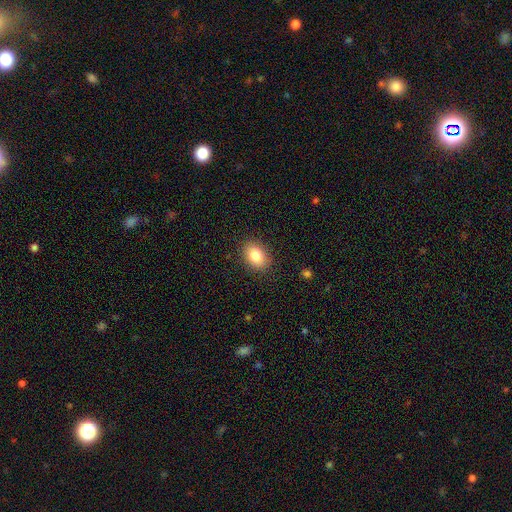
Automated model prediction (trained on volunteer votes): The model was most divided on "how rounded": in between: 78%, round: 21%, cigar-shaped: 1%. More confident: merging — none (87%); smooth or featured — smooth (84%).